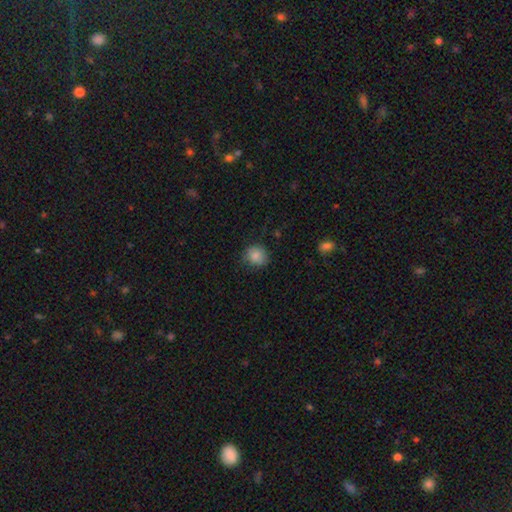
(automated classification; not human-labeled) Smooth or featured?
  - smooth: 85% *
  - star or artifact: 9%
  - featured or disk: 5%
How rounded?
  - round: 83% *
  - in between: 16%
  - cigar-shaped: 1%
Merging?
  - none: 78% *
  - minor disturbance: 17%
  - major disturbance: 4%
  - merger: 1%